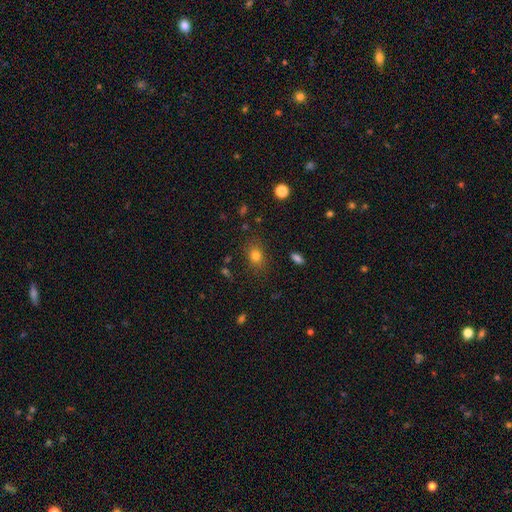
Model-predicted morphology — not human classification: Smooth or featured?
  - smooth: 79% *
  - star or artifact: 13%
  - featured or disk: 8%
How rounded?
  - in between: 55% *
  - round: 44%
  - cigar-shaped: 1%
Merging?
  - none: 81% *
  - minor disturbance: 13%
  - major disturbance: 4%
  - merger: 2%